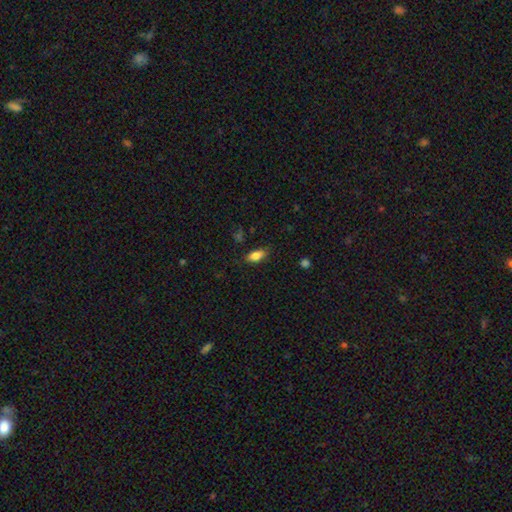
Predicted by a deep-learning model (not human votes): smooth-or-featured: smooth: 82% | featured or disk: 10% | star or artifact: 8%
  how-rounded: in between: 87% | cigar-shaped: 8% | round: 4%
  merging: none: 79% | minor disturbance: 16% | major disturbance: 3% | merger: 1%